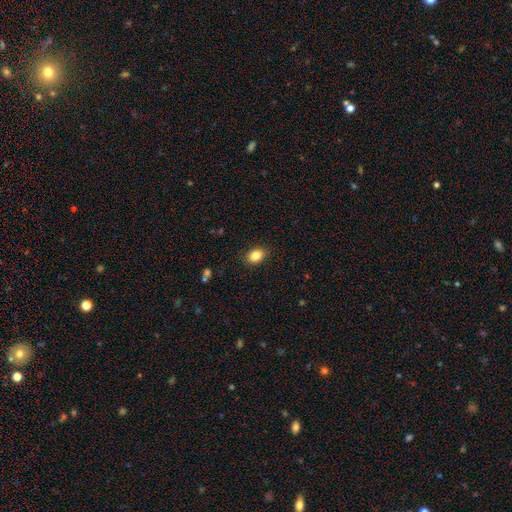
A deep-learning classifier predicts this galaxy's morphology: smooth_or_featured: smooth (p=0.85) [alt: star or artifact p=0.09]
how_rounded: in between (p=0.73) [alt: round p=0.26]
merging: none (p=0.88) [alt: minor disturbance p=0.09]